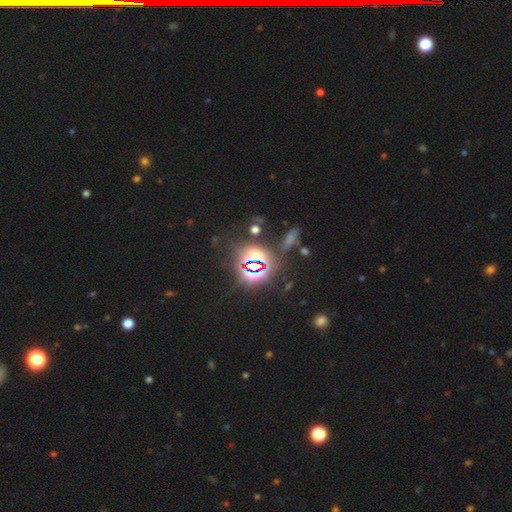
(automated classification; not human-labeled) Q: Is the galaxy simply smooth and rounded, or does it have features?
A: star or artifact — 75%.